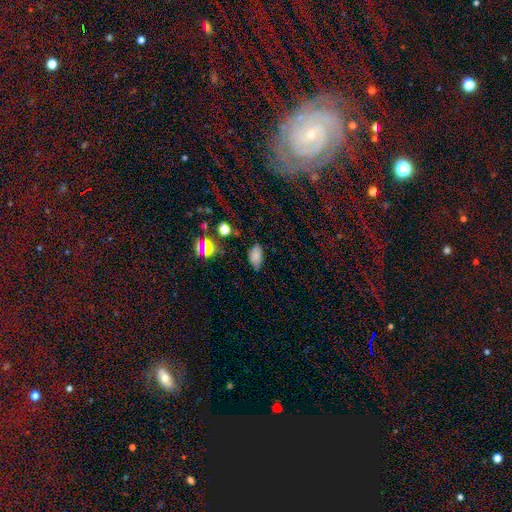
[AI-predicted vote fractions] The model was most divided on "merging": none: 71%, minor disturbance: 22%, major disturbance: 5%, merger: 3%. More confident: how rounded — in between (91%); smooth or featured — smooth (76%).